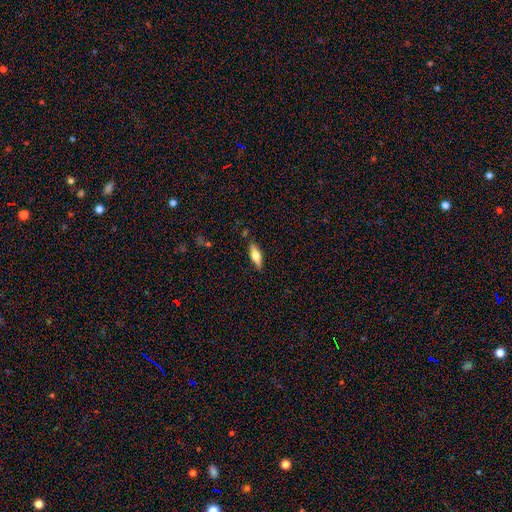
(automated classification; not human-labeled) This is possibly a smooth galaxy (51%). How rounded: possibly cigar-shaped (51%). Merging: clearly none (85%).